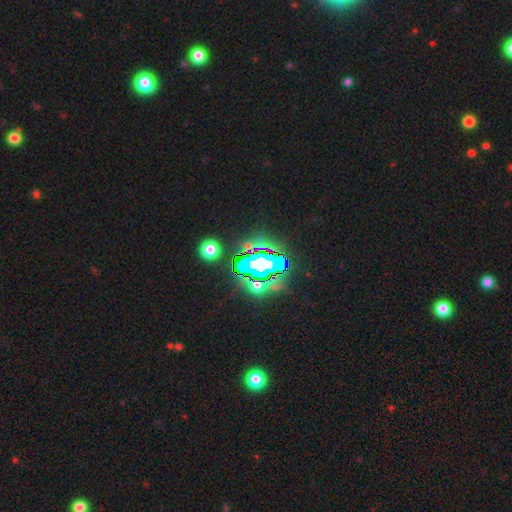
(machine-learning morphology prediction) star or artifact 66%, featured or disk 19%, smooth 15%.